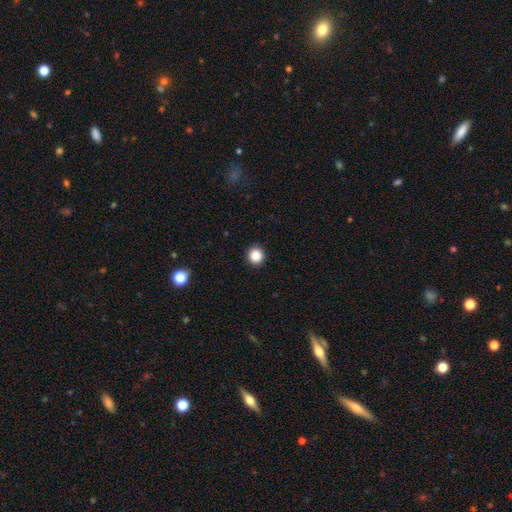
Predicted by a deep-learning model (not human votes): The model was most divided on "smooth or featured": smooth: 87%, star or artifact: 10%, featured or disk: 3%. More confident: how rounded — round (93%); merging — none (93%).